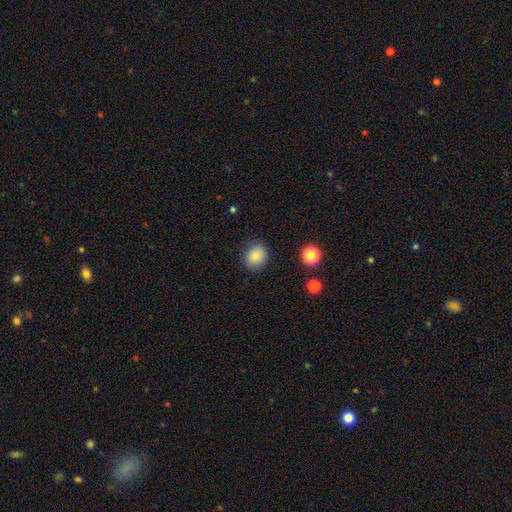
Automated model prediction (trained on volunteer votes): smooth-or-featured: smooth: 83% | star or artifact: 10% | featured or disk: 7%
  how-rounded: round: 75% | in between: 24% | cigar-shaped: 1%
  merging: none: 84% | minor disturbance: 11% | major disturbance: 3% | merger: 1%